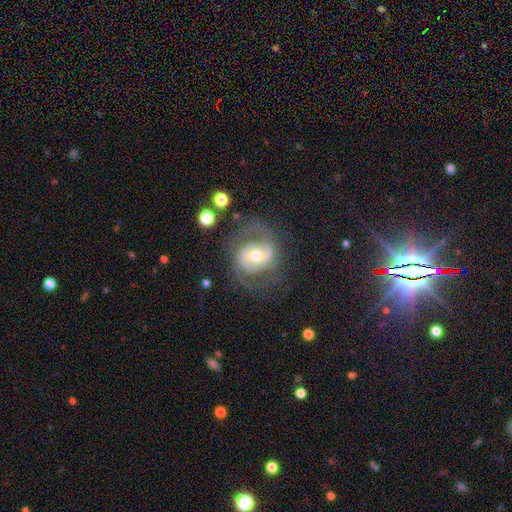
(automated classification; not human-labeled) Overall: featured or disk (82%). Edge-on disk: no (97%). Bar: weak (40%; no 39%). Spiral arms: yes (90%). Spiral arm count: 2 (81%). Spiral winding: medium (49%; tight 28%). Bulge size: moderate (67%). Merging: none (64%).